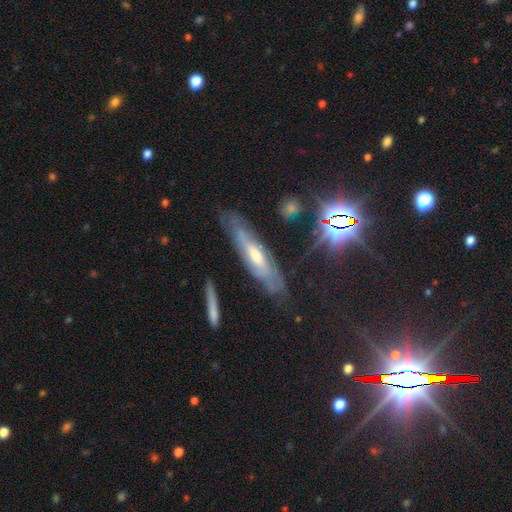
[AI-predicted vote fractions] featured or disk 64%, smooth 22%, star or artifact 14%. Down the decision tree: edge-on disk — yes (53%); merging — none (73%).